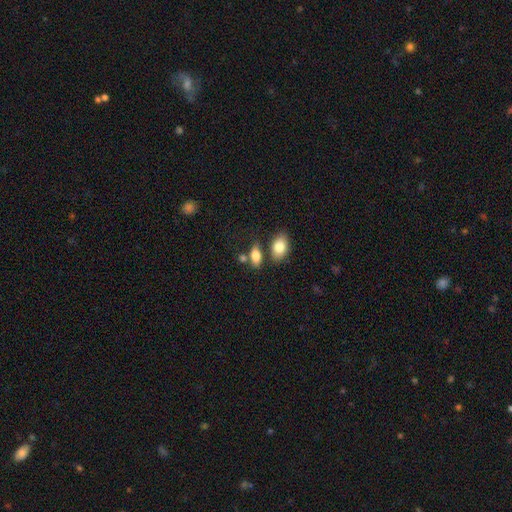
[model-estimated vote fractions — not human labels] Overall: smooth (82%). How rounded: in between (84%). Merging: none (59%; merger 21%).